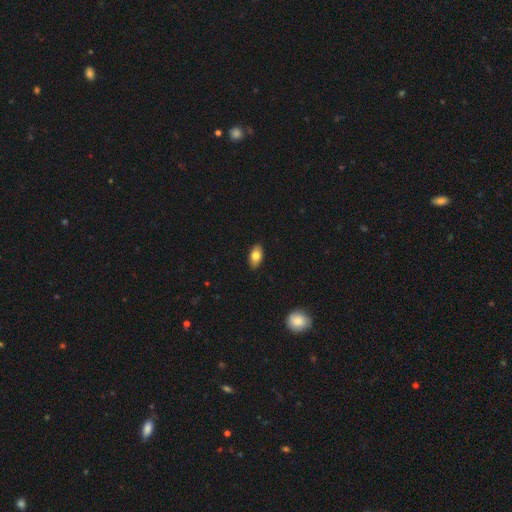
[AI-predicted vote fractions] Q: Smooth or featured?
A: smooth (79%); runner-up: featured or disk (13%)
Q: How rounded?
A: in between (92%); runner-up: round (5%)
Q: Merging?
A: none (88%); runner-up: minor disturbance (9%)